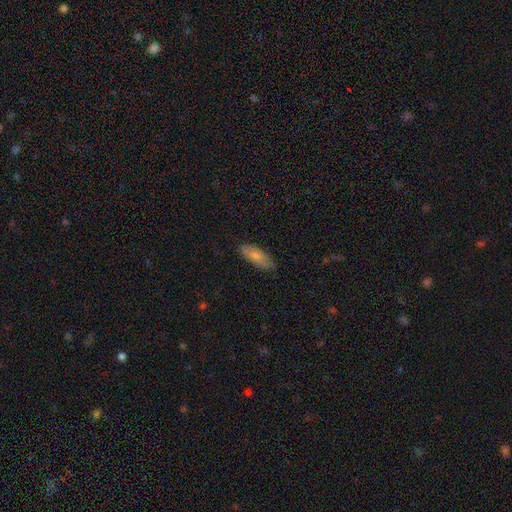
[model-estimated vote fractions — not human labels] Smooth or featured? smooth (77%)
How rounded? in between (74%)
Merging? none (78%)